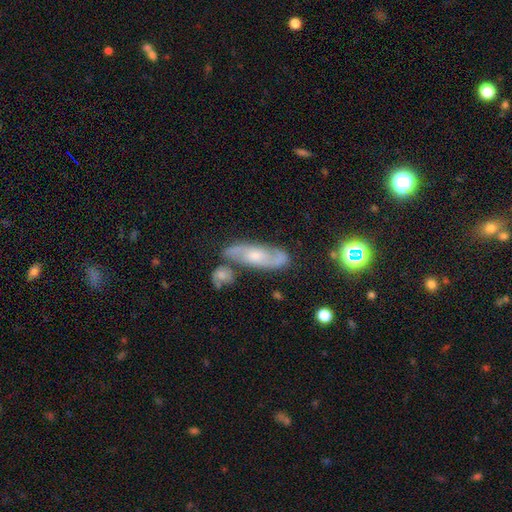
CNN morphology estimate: smooth-or-featured: featured or disk: 72% | smooth: 17% | star or artifact: 11%
  disk-edge-on: no: 79% | yes: 21%
    bar: no: 62% | weak: 28% | strong: 9%
    has-spiral-arms: yes: 88% | no: 12%
      spiral-winding: medium: 46% | loose: 29% | tight: 26%
      spiral-arm-count: 2: 82% | can't tell: 11% | 1: 2% | 3: 2% | 4: 1% | more than 4: 1%
    bulge-size: moderate: 56% | small: 34% | large: 5% | none: 3% | dominant: 2%
  merging: none: 65% | minor disturbance: 15% | merger: 13% | major disturbance: 6%